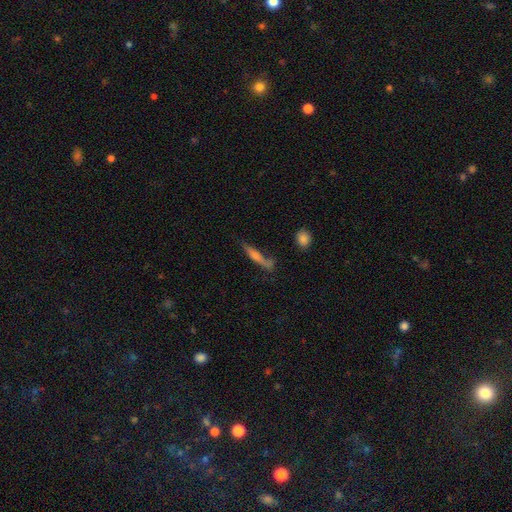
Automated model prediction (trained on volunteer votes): Morphology: type=featured or disk (51%); edge-on=yes (82%); merging=none (67%).